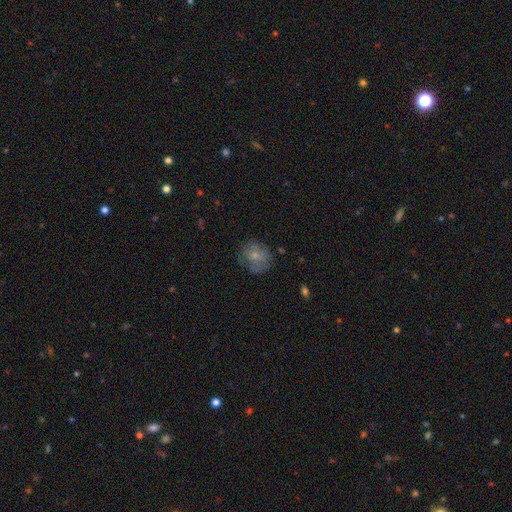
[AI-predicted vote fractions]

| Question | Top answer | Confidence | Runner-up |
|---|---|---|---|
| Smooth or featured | smooth | 68% | featured or disk (23%) |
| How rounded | round | 74% | in between (25%) |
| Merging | none | 64% | minor disturbance (23%) |